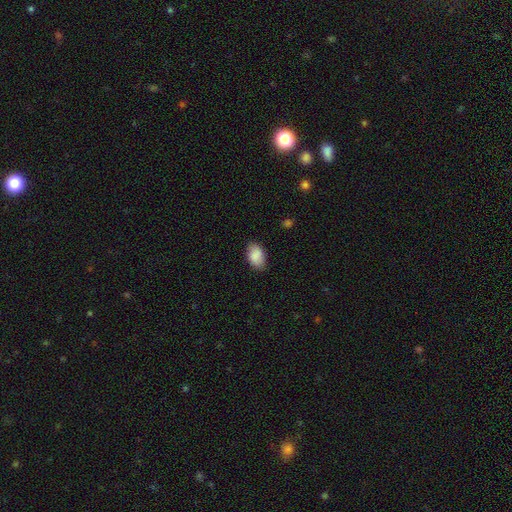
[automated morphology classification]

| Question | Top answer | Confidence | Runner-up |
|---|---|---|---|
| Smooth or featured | smooth | 87% | featured or disk (7%) |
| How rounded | in between | 92% | round (7%) |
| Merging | none | 81% | minor disturbance (15%) |